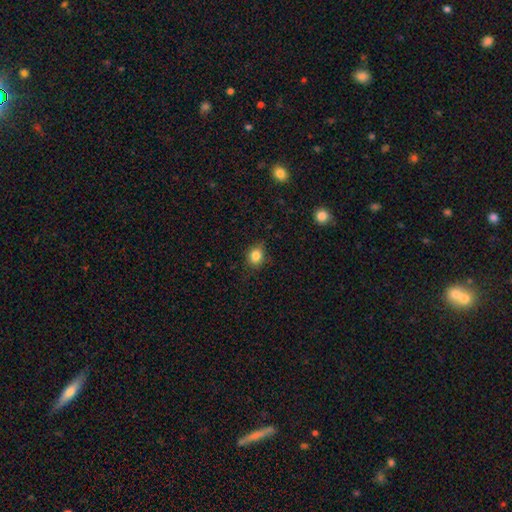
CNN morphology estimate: smooth_or_featured: smooth (p=0.84) [alt: star or artifact p=0.11]
how_rounded: round (p=0.65) [alt: in between p=0.34]
merging: none (p=0.80) [alt: minor disturbance p=0.16]